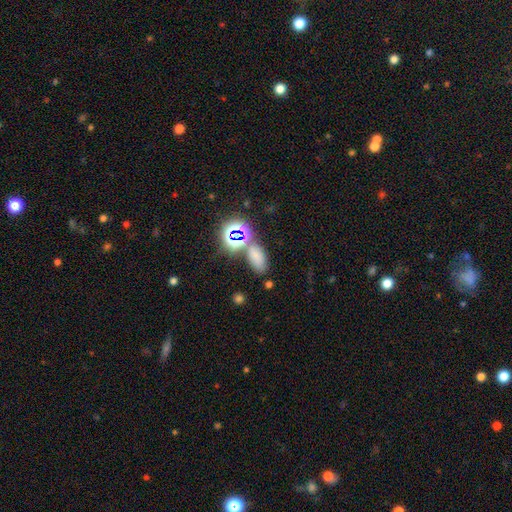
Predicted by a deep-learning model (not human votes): Smooth or featured?
  - smooth: 66% *
  - star or artifact: 27%
  - featured or disk: 7%
How rounded?
  - in between: 85% *
  - round: 10%
  - cigar-shaped: 5%
Merging?
  - none: 67% *
  - merger: 15%
  - minor disturbance: 13%
  - major disturbance: 5%